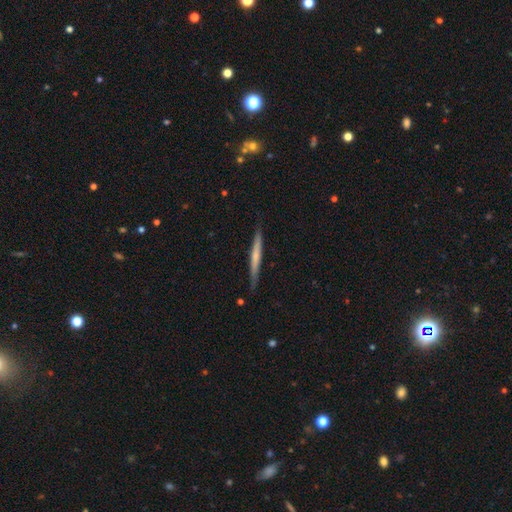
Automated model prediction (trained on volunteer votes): smooth_or_featured: smooth (p=0.48) [alt: featured or disk p=0.46]
merging: none (p=0.85) [alt: minor disturbance p=0.12]